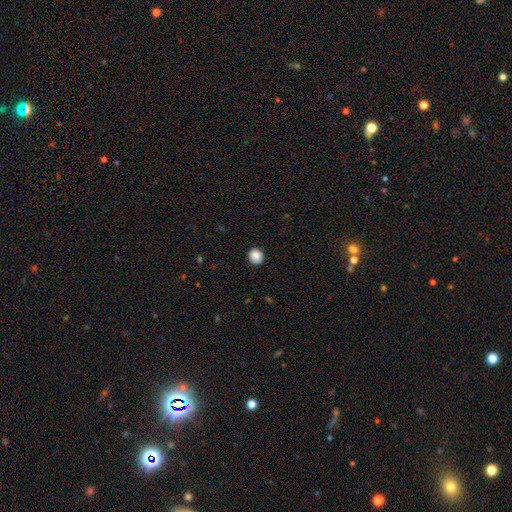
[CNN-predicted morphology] Smooth or featured? Predicted: smooth (p=0.88). How rounded? Predicted: round (p=0.88). Merging? Predicted: none (p=0.91).